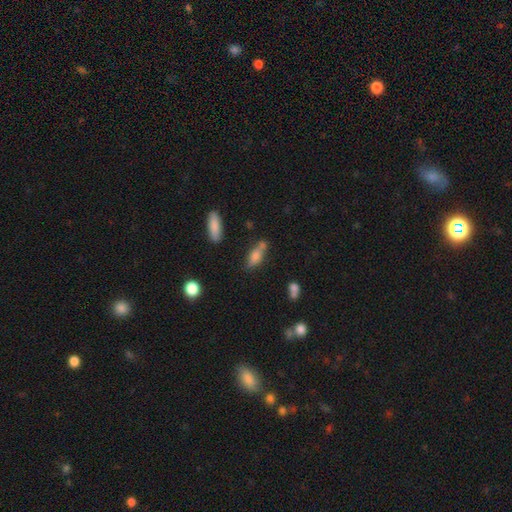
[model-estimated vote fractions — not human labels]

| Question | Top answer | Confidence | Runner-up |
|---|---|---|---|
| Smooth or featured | smooth | 67% | featured or disk (23%) |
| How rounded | in between | 57% | cigar-shaped (39%) |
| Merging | none | 55% | minor disturbance (22%) |